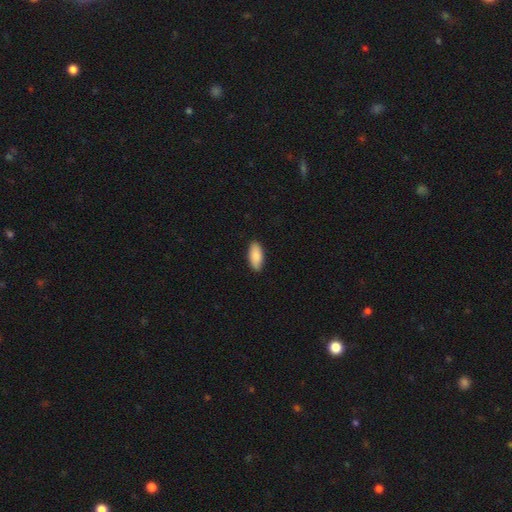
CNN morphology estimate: Q: Smooth or featured?
A: smooth (89%); runner-up: star or artifact (6%)
Q: How rounded?
A: in between (89%); runner-up: cigar-shaped (9%)
Q: Merging?
A: none (87%); runner-up: minor disturbance (11%)